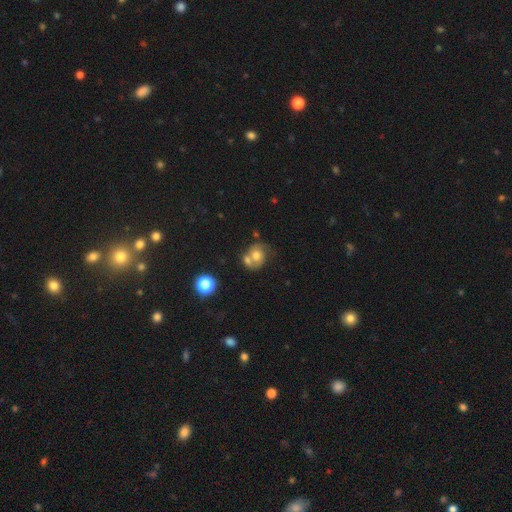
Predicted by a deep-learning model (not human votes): The model was most divided on "smooth or featured": smooth: 50%, featured or disk: 39%, star or artifact: 11%. More confident: how rounded — round (67%); merging — merger (50%).